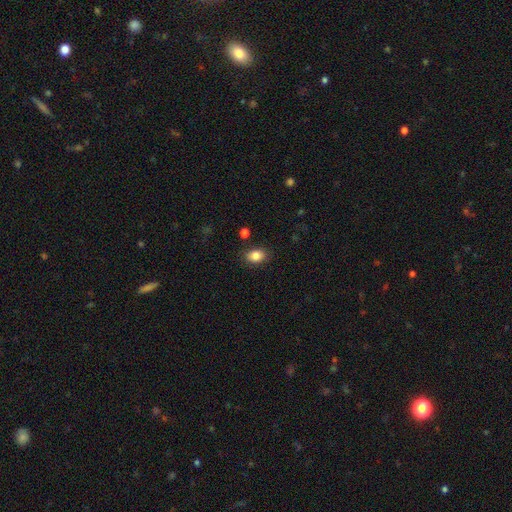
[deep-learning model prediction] Overall: smooth (84%). How rounded: in between (78%). Merging: none (84%).